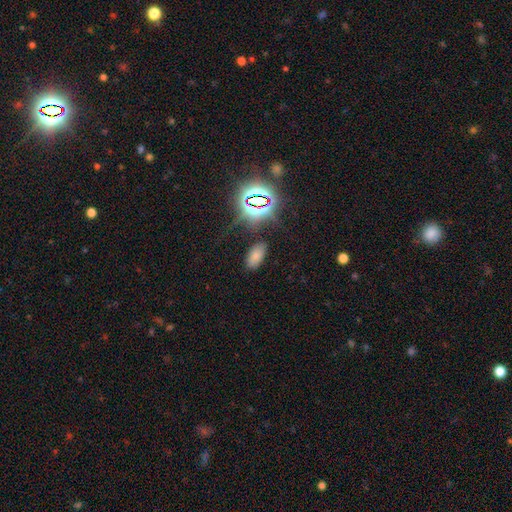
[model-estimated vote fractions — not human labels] This appears to be a smooth galaxy with no disk features (68%) that is in between round and cigar-shaped (92%). Merging: none (83%).